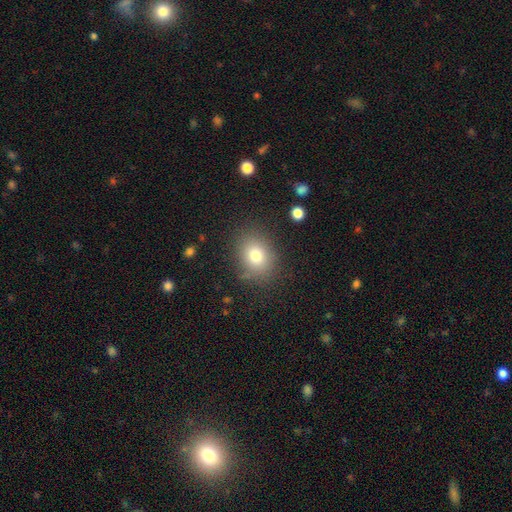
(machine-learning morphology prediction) smooth-or-featured: smooth: 77% | star or artifact: 12% | featured or disk: 10%
  how-rounded: round: 52% | in between: 48% | cigar-shaped: 1%
  merging: none: 82% | minor disturbance: 12% | major disturbance: 4% | merger: 2%